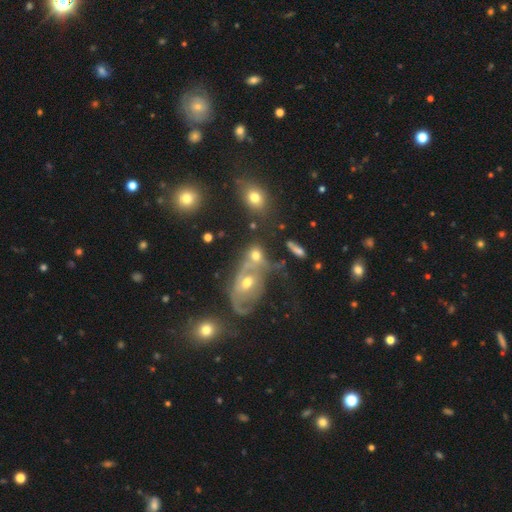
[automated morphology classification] Smooth or featured? Predicted: smooth (p=0.51). How rounded? Predicted: in between (p=0.49). Merging? Predicted: merger (p=0.53).